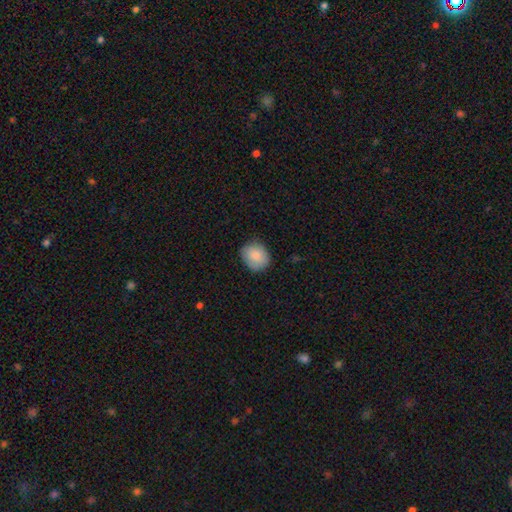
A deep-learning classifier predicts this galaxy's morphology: Smooth or featured?
  - smooth: 84% *
  - featured or disk: 9%
  - star or artifact: 7%
How rounded?
  - round: 61% *
  - in between: 38%
  - cigar-shaped: 1%
Merging?
  - none: 79% *
  - minor disturbance: 17%
  - major disturbance: 3%
  - merger: 1%